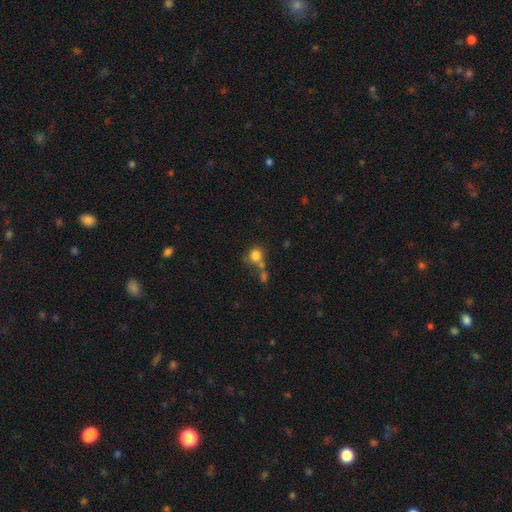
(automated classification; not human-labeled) Smooth or featured: smooth — 80% (star or artifact — 11%)
How rounded: round — 83% (in between — 15%)
Merging: none — 46% (merger — 34%)